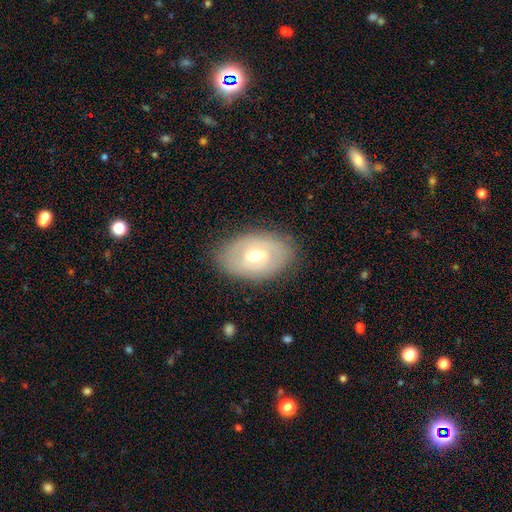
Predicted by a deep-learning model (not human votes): A featured or disk galaxy (53%). Merging: none (83%).